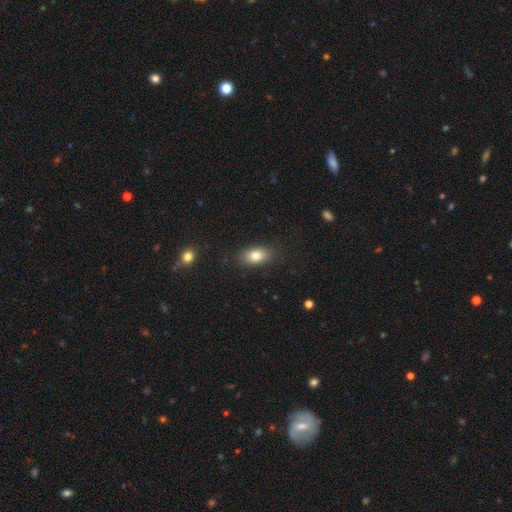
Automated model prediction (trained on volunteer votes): Smooth or featured? smooth (81%)
How rounded? in between (89%)
Merging? none (85%)